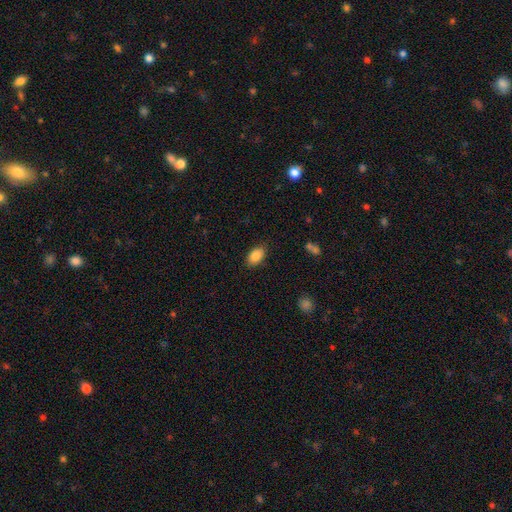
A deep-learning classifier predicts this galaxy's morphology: smooth 87%, star or artifact 8%, featured or disk 5%. Down the decision tree: how rounded — in between (91%); merging — none (85%).